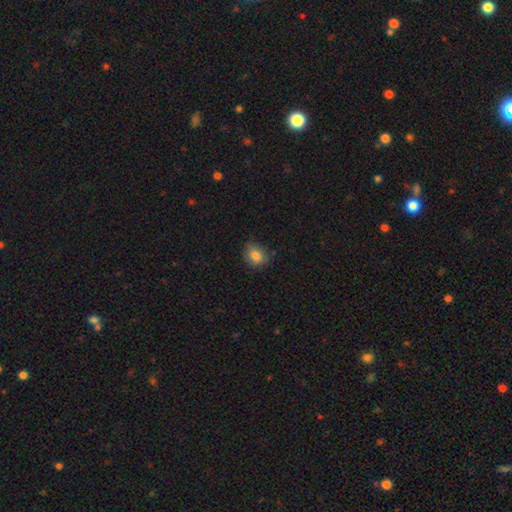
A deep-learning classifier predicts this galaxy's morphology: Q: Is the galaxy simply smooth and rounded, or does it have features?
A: smooth — 84%.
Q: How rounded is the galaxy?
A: round — 52%.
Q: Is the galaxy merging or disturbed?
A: none — 80%.